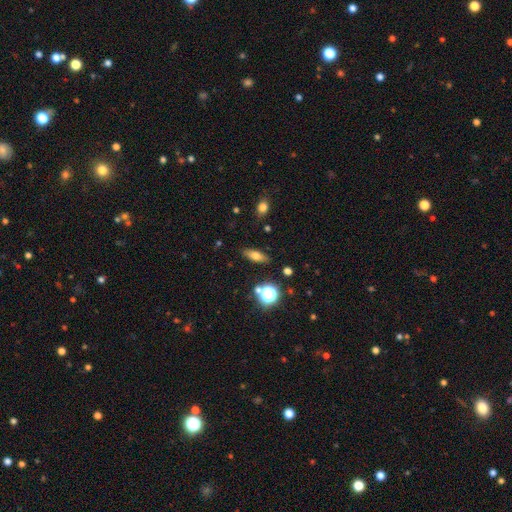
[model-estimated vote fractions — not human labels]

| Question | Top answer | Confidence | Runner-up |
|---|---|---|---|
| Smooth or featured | smooth | 64% | featured or disk (24%) |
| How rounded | in between | 62% | cigar-shaped (30%) |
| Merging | none | 86% | minor disturbance (9%) |